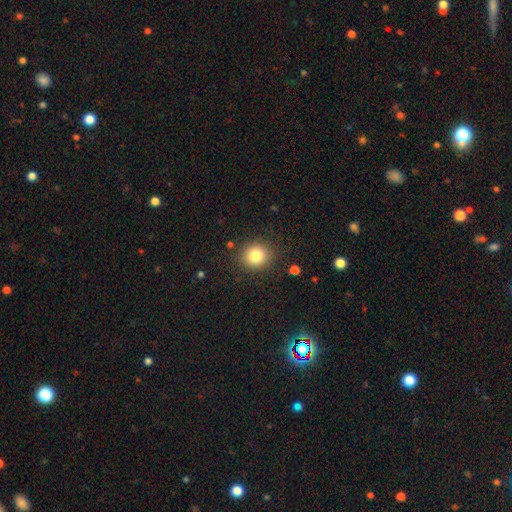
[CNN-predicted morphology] type=smooth (81%); roundness=round (82%); merging=none (88%).